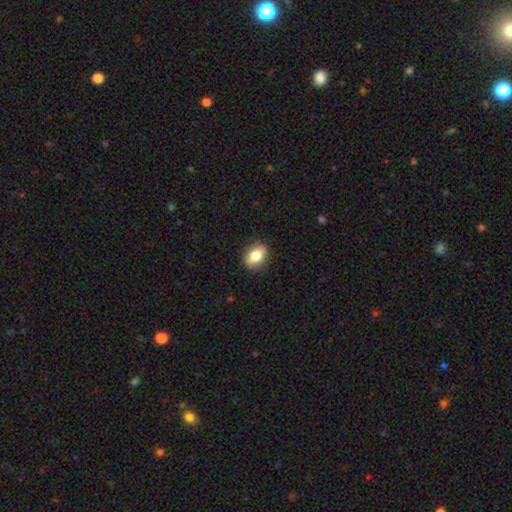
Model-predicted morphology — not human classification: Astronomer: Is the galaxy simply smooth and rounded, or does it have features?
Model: smooth — 79%.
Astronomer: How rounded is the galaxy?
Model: in between — 70%.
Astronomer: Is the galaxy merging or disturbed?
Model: none — 86%.